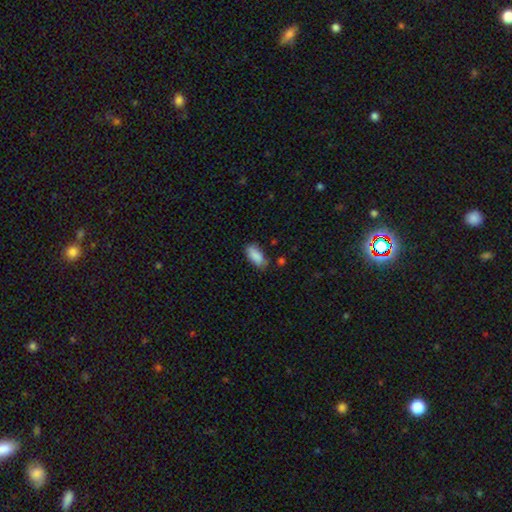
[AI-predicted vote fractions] Smooth or featured: smooth — 88% (star or artifact — 7%)
How rounded: in between — 88% (cigar-shaped — 10%)
Merging: none — 74% (minor disturbance — 19%)